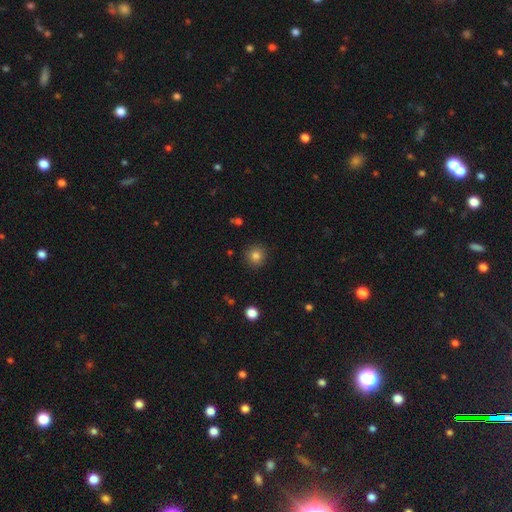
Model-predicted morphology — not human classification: Smooth or featured? smooth (82%)
How rounded? round (93%)
Merging? none (90%)